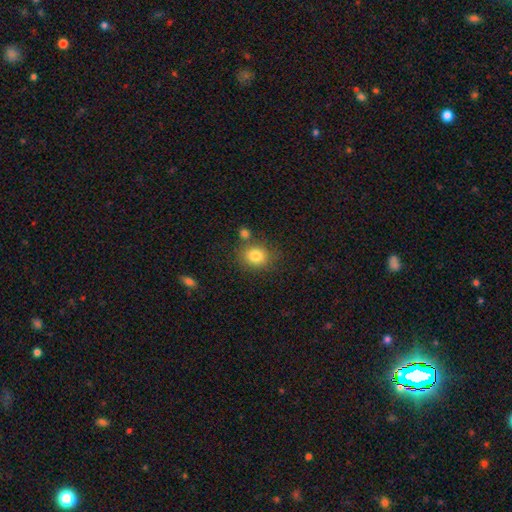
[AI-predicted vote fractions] Overall: smooth (82%). How rounded: round (69%; in between 30%). Merging: none (73%).